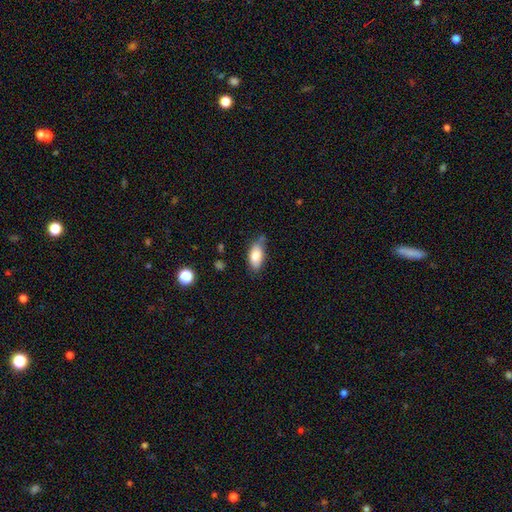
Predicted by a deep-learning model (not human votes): Smooth or featured: smooth — 84% (featured or disk — 9%)
How rounded: in between — 89% (cigar-shaped — 8%)
Merging: none — 64% (minor disturbance — 27%)